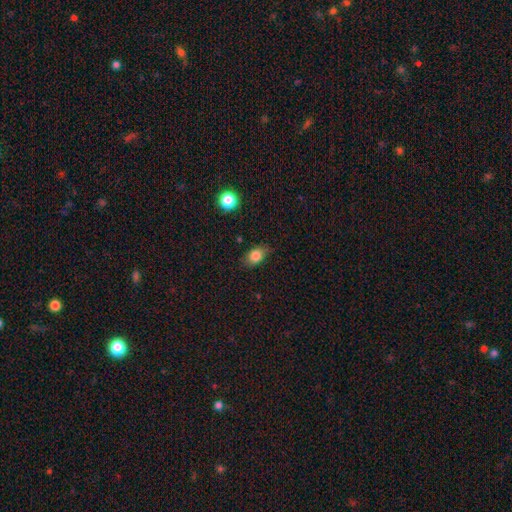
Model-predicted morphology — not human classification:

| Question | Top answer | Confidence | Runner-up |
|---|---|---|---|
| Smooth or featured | smooth | 82% | star or artifact (9%) |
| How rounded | in between | 76% | round (22%) |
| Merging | none | 78% | minor disturbance (18%) |